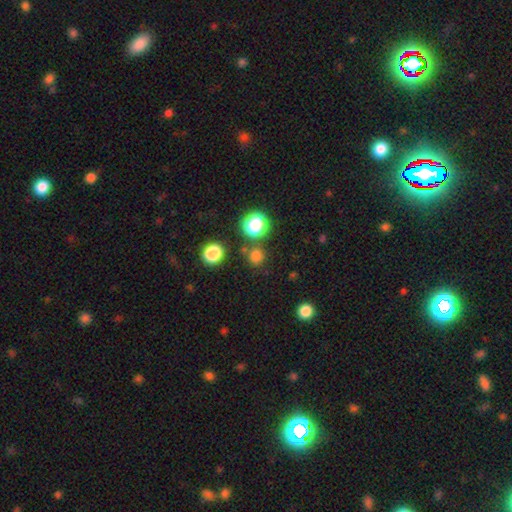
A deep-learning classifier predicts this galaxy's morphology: The model was most divided on "smooth or featured": smooth: 73%, star or artifact: 23%, featured or disk: 4%. More confident: how rounded — round (92%); merging — none (80%).